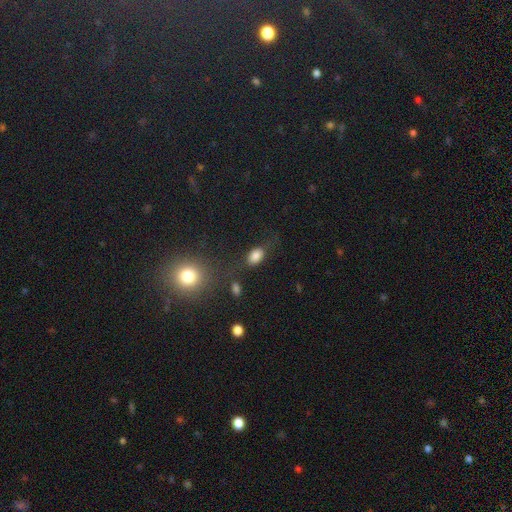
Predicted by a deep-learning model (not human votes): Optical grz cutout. It shows a smooth galaxy with no disk features (82%) that is in between round and cigar-shaped (84%). Merging: none (64%).